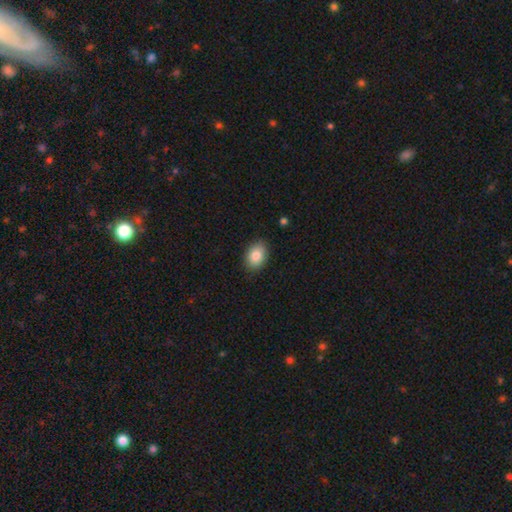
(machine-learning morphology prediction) The model was most divided on "how rounded": in between: 78%, round: 21%, cigar-shaped: 1%. More confident: merging — none (86%); smooth or featured — smooth (85%).